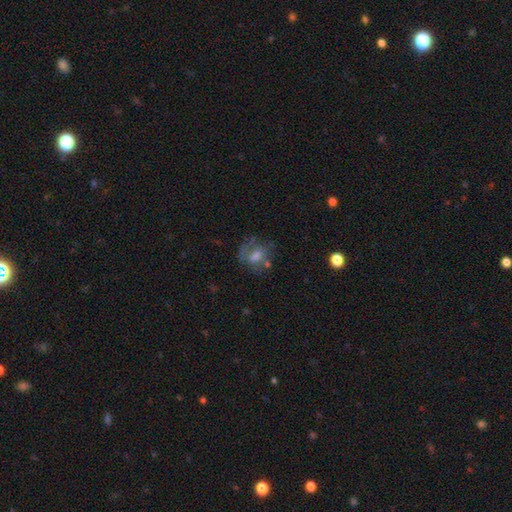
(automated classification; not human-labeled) The model was most divided on "smooth or featured": featured or disk: 46%, smooth: 37%, star or artifact: 16%. Remaining: merging — none (48%).